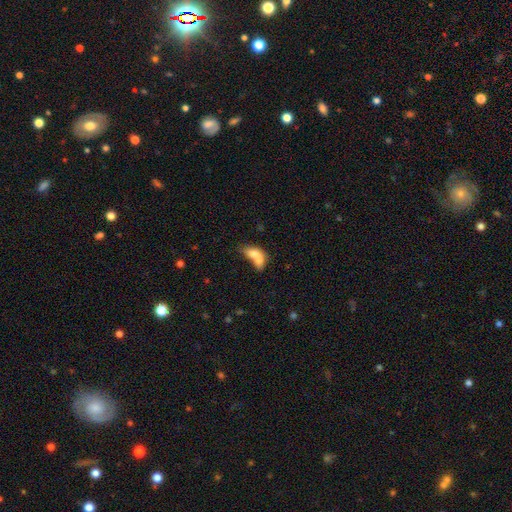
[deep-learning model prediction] Q: Smooth or featured?
A: smooth (69%); runner-up: featured or disk (23%)
Q: How rounded?
A: in between (80%); runner-up: round (14%)
Q: Merging?
A: merger (70%); runner-up: none (15%)